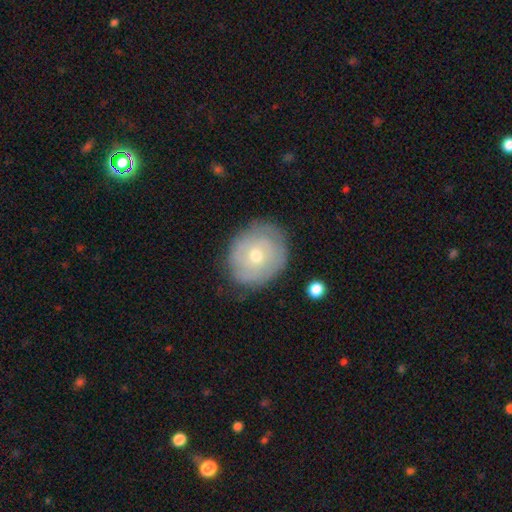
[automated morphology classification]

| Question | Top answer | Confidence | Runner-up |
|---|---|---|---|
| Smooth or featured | featured or disk | 50% | smooth (43%) |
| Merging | none | 76% | minor disturbance (18%) |